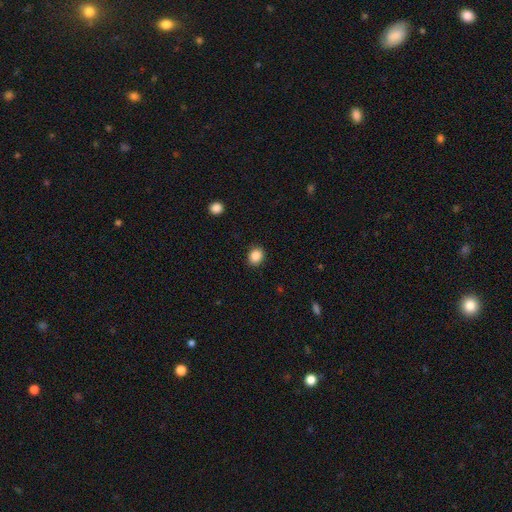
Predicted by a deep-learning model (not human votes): Smooth or featured: smooth — 88% (star or artifact — 9%)
How rounded: round — 65% (in between — 35%)
Merging: none — 90% (minor disturbance — 7%)